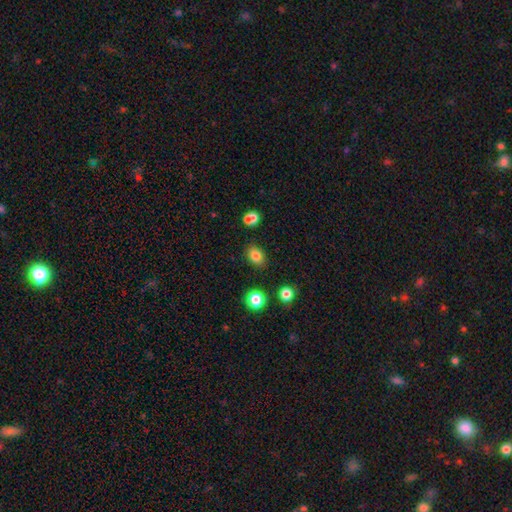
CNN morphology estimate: Smooth or featured? smooth (82%)
How rounded? in between (71%)
Merging? none (85%)